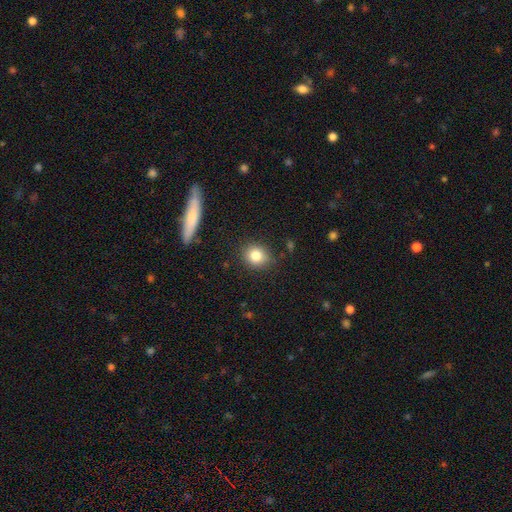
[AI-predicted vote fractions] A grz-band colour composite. It shows a smooth galaxy with no disk features (82%) that is round (78%). Merging: none (87%).